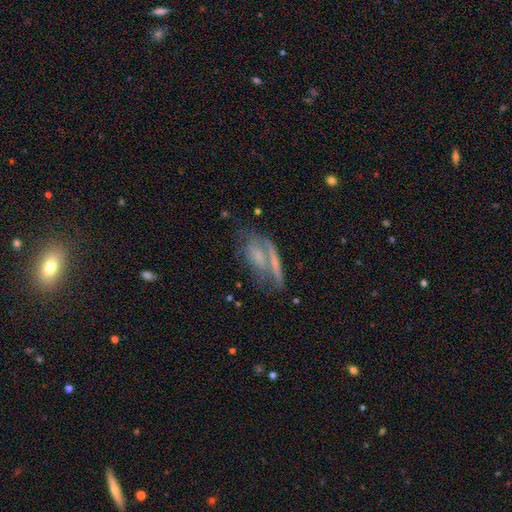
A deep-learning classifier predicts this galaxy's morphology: type=smooth (48%); merging=merger (34%).